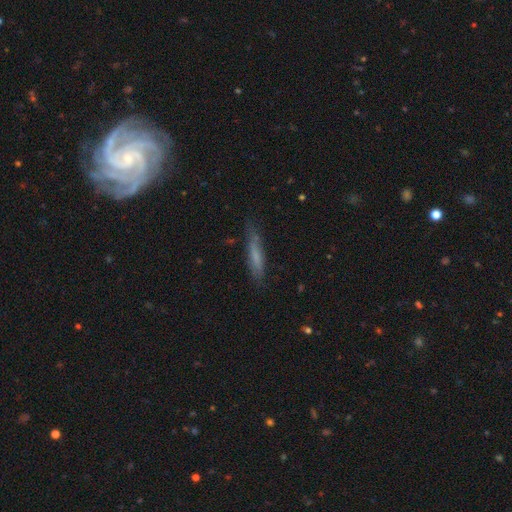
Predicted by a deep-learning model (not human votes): smooth_or_featured: smooth (p=0.61) [alt: featured or disk p=0.30]
how_rounded: cigar-shaped (p=0.86) [alt: in between p=0.12]
merging: none (p=0.71) [alt: minor disturbance p=0.21]